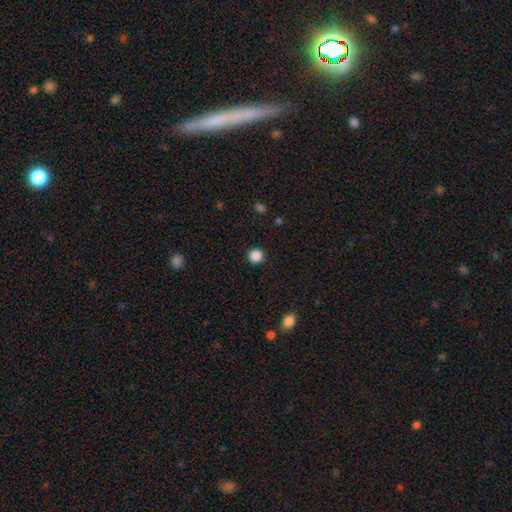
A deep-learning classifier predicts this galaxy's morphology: smooth-or-featured: smooth: 87% | star or artifact: 11% | featured or disk: 2%
  how-rounded: round: 94% | in between: 5% | cigar-shaped: 1%
  merging: none: 92% | minor disturbance: 5% | major disturbance: 2% | merger: 1%